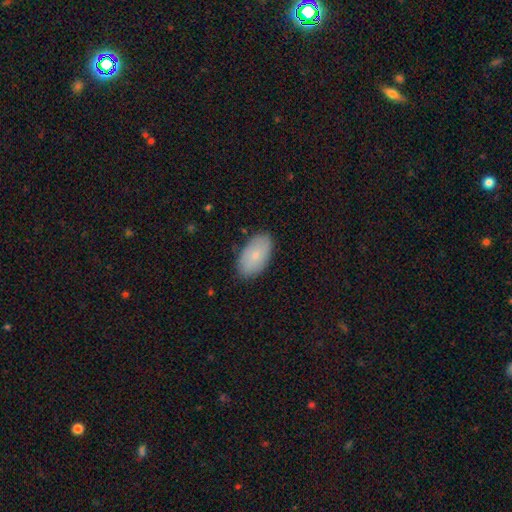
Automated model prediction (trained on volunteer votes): Smooth or featured?
  - smooth: 77% *
  - featured or disk: 16%
  - star or artifact: 7%
How rounded?
  - in between: 95% *
  - round: 4%
  - cigar-shaped: 2%
Merging?
  - none: 85% *
  - minor disturbance: 12%
  - major disturbance: 2%
  - merger: 1%